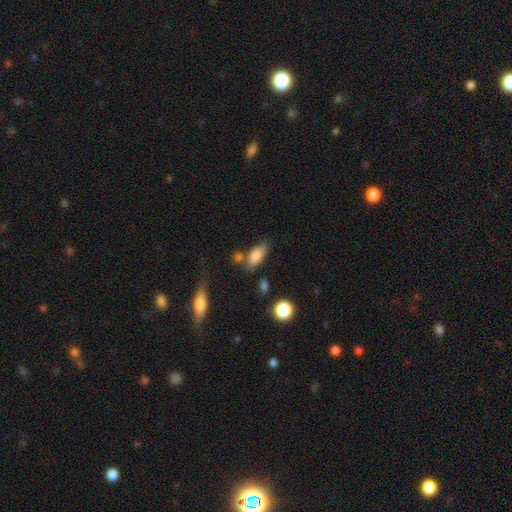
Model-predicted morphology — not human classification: A smooth galaxy with no disk features (83%) that is in between round and cigar-shaped (86%). Merging: none (60%).